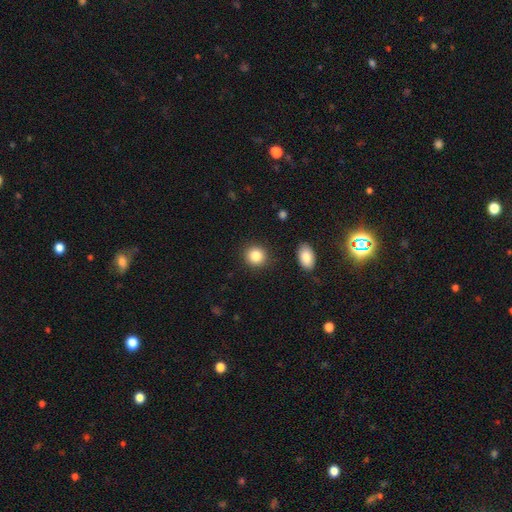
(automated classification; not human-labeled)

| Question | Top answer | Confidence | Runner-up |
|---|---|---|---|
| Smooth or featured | smooth | 85% | star or artifact (9%) |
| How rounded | round | 84% | in between (15%) |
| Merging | none | 89% | minor disturbance (7%) |